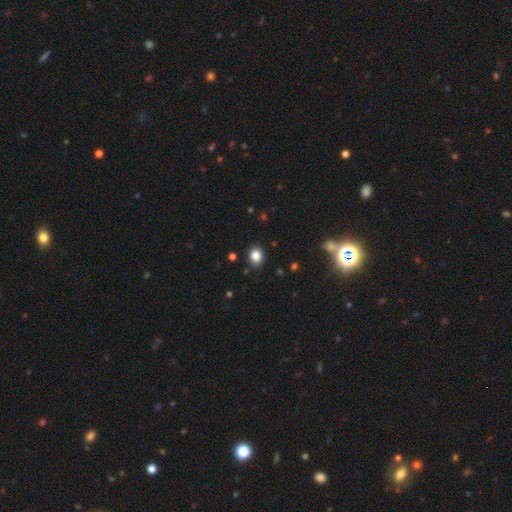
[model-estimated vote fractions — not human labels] A smooth galaxy with no disk features (85%) that is round (57%).

Vote fractions:
- Smooth or featured? smooth: 85% / star or artifact: 11% / featured or disk: 5%
- How rounded? round: 57% / in between: 43% / cigar-shaped: 1%
- Merging? none: 88% / minor disturbance: 8% / major disturbance: 2% / merger: 1%